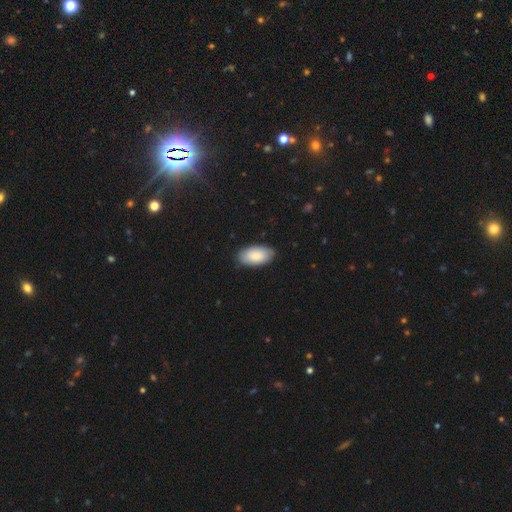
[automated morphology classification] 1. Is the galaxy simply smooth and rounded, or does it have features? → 85% smooth, 10% featured or disk, 6% star or artifact.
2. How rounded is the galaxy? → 96% in between, 2% round, 2% cigar-shaped.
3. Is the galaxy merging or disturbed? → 87% none, 11% minor disturbance, 2% major disturbance, 1% merger.